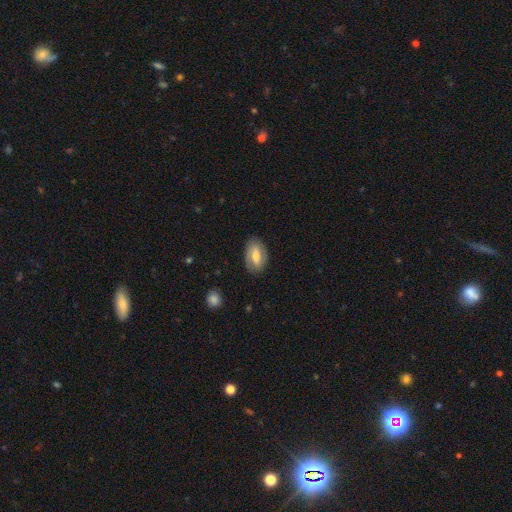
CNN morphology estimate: smooth 51%, featured or disk 42%, star or artifact 7%. Down the decision tree: how rounded — in between (88%); merging — none (82%).